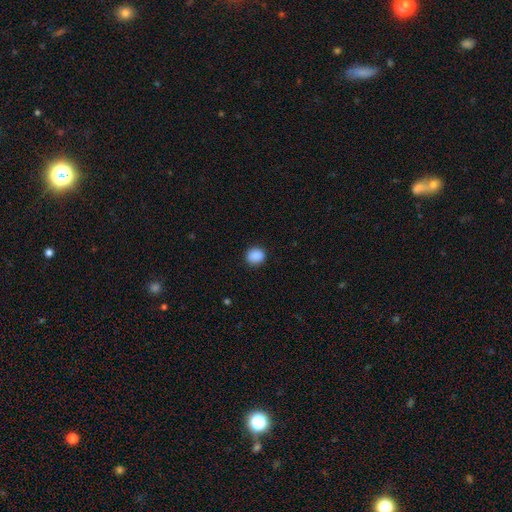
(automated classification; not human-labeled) A smooth galaxy with no disk features (89%) that is round (72%). Merging: none (87%).